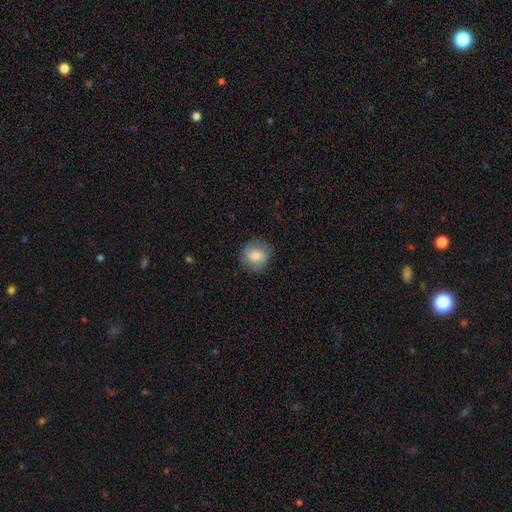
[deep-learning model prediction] This appears to be a smooth galaxy with no disk features (68%) that is round (87%). Merging: none (84%).